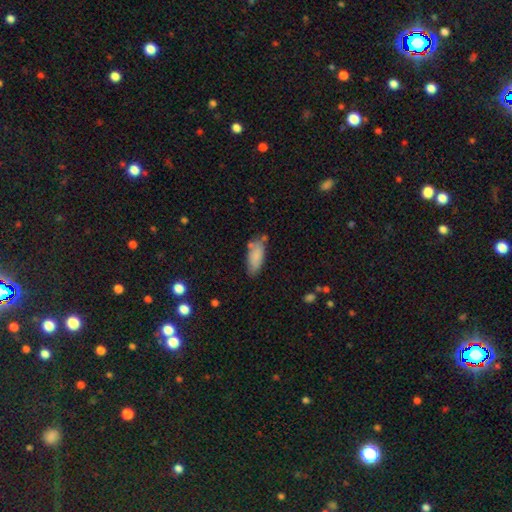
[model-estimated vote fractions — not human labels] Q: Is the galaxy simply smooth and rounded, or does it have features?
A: smooth — 84%.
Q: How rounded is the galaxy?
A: in between — 78%.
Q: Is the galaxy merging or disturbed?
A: none — 63%.